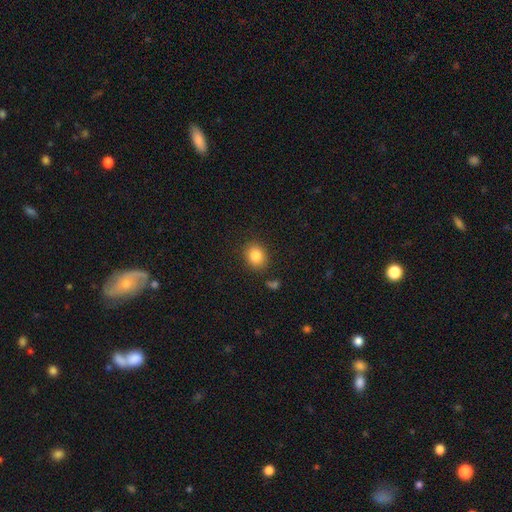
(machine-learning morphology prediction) Smooth or featured? Predicted: smooth (p=0.84). How rounded? Predicted: round (p=0.63). Merging? Predicted: none (p=0.84).